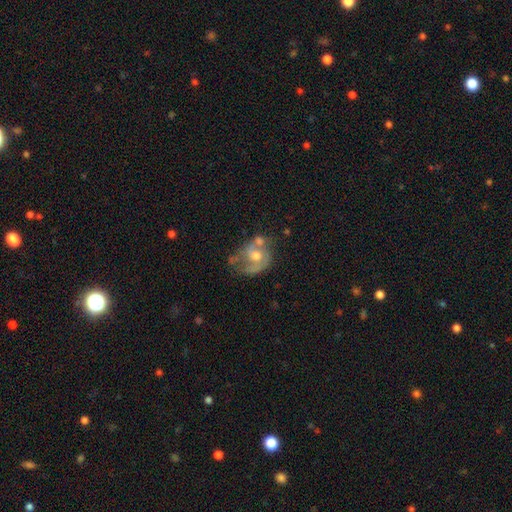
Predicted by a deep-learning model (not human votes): Q: Smooth or featured?
A: featured or disk (67%); runner-up: smooth (26%)
Q: Edge-on disk?
A: no (97%); runner-up: yes (3%)
Q: Bar?
A: no (73%); runner-up: weak (23%)
Q: Spiral arms?
A: yes (71%); runner-up: no (29%)
Q: Bulge size?
A: moderate (71%); runner-up: small (18%)
Q: Merging?
A: none (33%); runner-up: minor disturbance (23%)